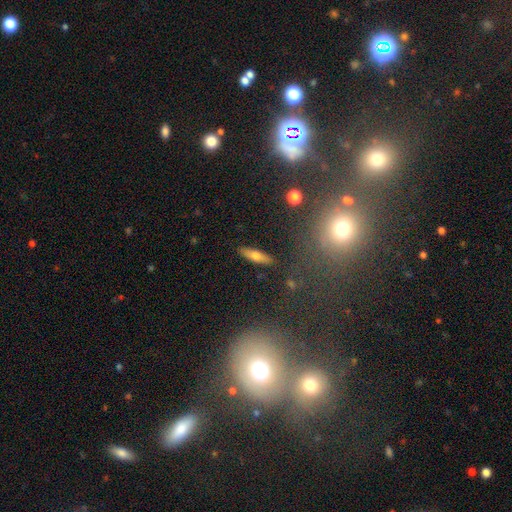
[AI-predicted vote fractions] Smooth or featured: smooth — 65% (featured or disk — 26%)
How rounded: cigar-shaped — 59% (in between — 38%)
Merging: none — 88% (minor disturbance — 8%)